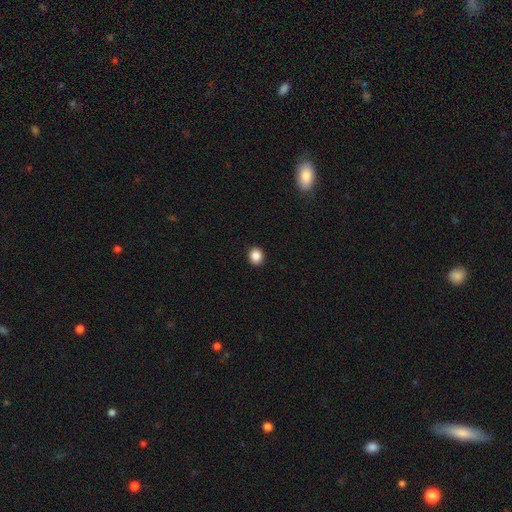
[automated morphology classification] smooth_or_featured: smooth (p=0.87) [alt: star or artifact p=0.10]
how_rounded: round (p=0.81) [alt: in between p=0.18]
merging: none (p=0.92) [alt: minor disturbance p=0.05]